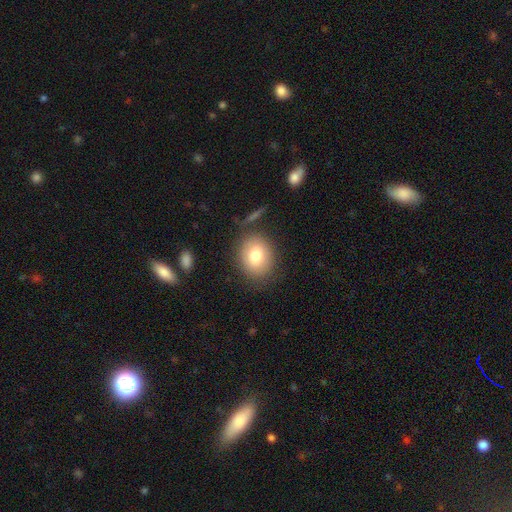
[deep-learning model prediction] smooth_or_featured: smooth (p=0.78) [alt: featured or disk p=0.13]
how_rounded: round (p=0.56) [alt: in between p=0.43]
merging: none (p=0.80) [alt: minor disturbance p=0.12]